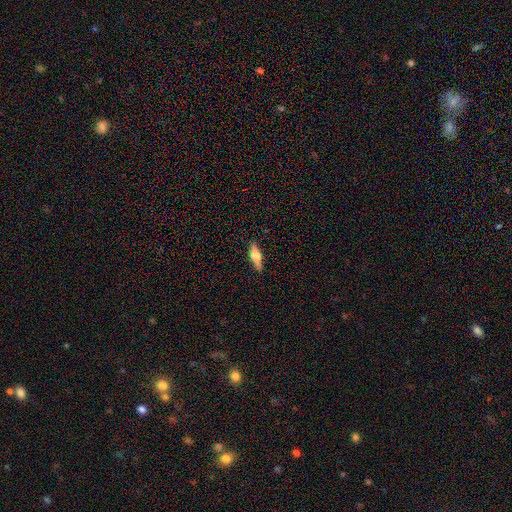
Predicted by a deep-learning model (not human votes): A smooth galaxy with no disk features (53%) that is cigar-shaped (54%). Merging: none (87%).